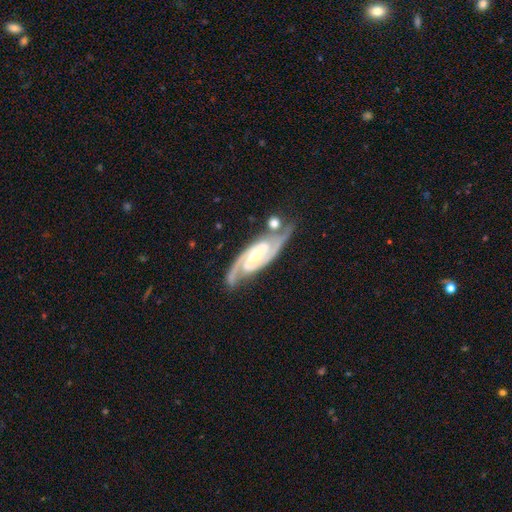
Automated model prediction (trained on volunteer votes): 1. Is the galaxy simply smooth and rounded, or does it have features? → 93% featured or disk, 4% star or artifact, 3% smooth.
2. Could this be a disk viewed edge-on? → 95% no, 5% yes.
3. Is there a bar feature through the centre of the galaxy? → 37% weak, 34% strong, 29% no.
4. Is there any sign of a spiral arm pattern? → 99% yes, 1% no.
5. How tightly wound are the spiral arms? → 49% tight, 45% medium, 6% loose.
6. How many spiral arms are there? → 89% 2, 6% 3, 2% can't tell, 1% 4, 1% 1, 1% more than 4.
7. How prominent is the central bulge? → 57% small, 38% moderate, 2% none, 2% large, 1% dominant.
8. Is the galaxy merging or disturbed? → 73% none, 15% minor disturbance, 8% merger, 4% major disturbance.